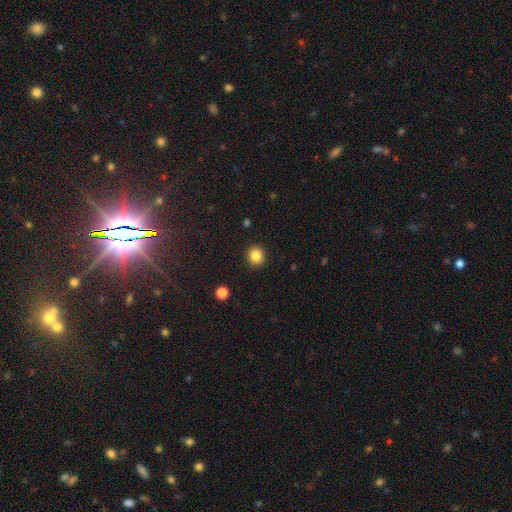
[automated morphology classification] Smooth or featured? smooth (85%)
How rounded? round (90%)
Merging? none (92%)